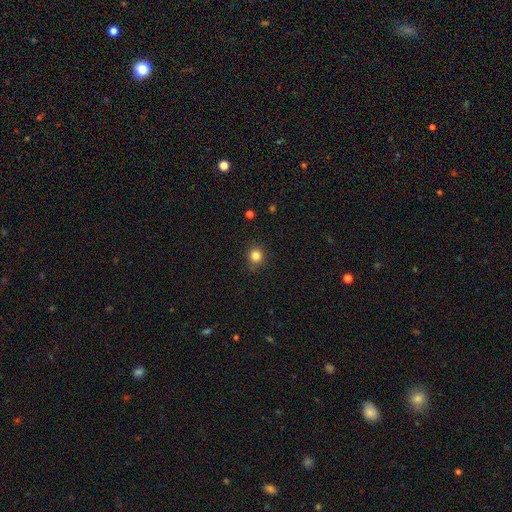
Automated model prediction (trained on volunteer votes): smooth-or-featured: smooth: 83% | star or artifact: 12% | featured or disk: 5%
  how-rounded: round: 91% | in between: 8% | cigar-shaped: 1%
  merging: none: 87% | minor disturbance: 9% | major disturbance: 2% | merger: 1%